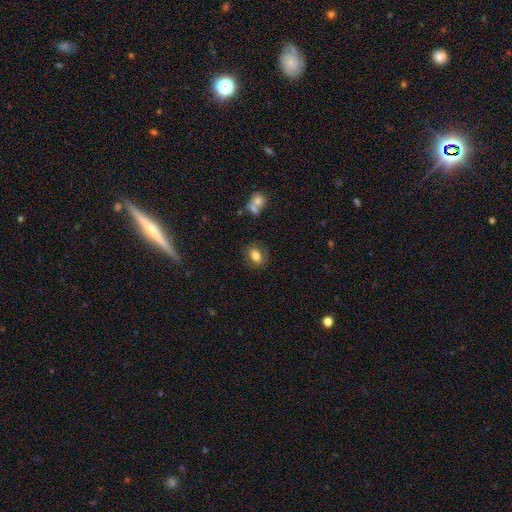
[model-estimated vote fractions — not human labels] Smooth or featured?
  - smooth: 76% *
  - featured or disk: 16%
  - star or artifact: 9%
How rounded?
  - in between: 72% *
  - round: 26%
  - cigar-shaped: 2%
Merging?
  - none: 82% *
  - minor disturbance: 12%
  - major disturbance: 4%
  - merger: 3%